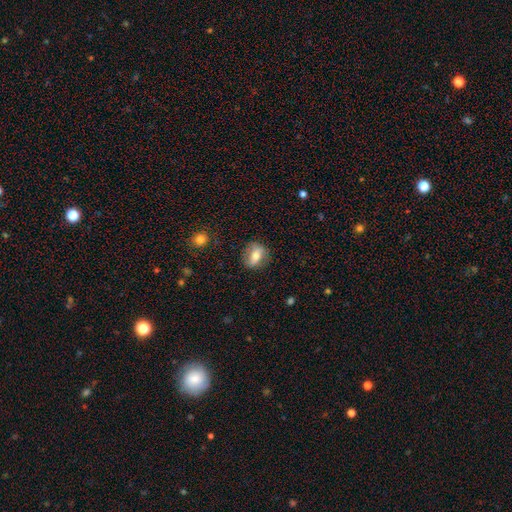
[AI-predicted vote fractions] Smooth or featured?
  - smooth: 60% *
  - featured or disk: 32%
  - star or artifact: 8%
How rounded?
  - in between: 52% *
  - round: 43%
  - cigar-shaped: 4%
Merging?
  - none: 79% *
  - minor disturbance: 15%
  - major disturbance: 5%
  - merger: 1%